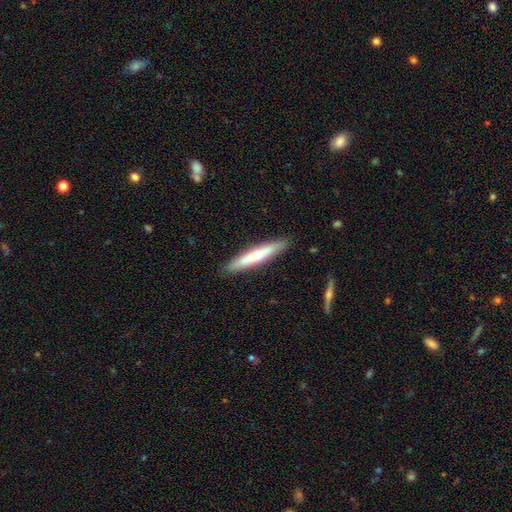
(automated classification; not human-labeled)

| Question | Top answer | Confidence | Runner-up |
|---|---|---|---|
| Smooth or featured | smooth | 56% | featured or disk (39%) |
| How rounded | cigar-shaped | 94% | in between (5%) |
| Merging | none | 90% | minor disturbance (7%) |